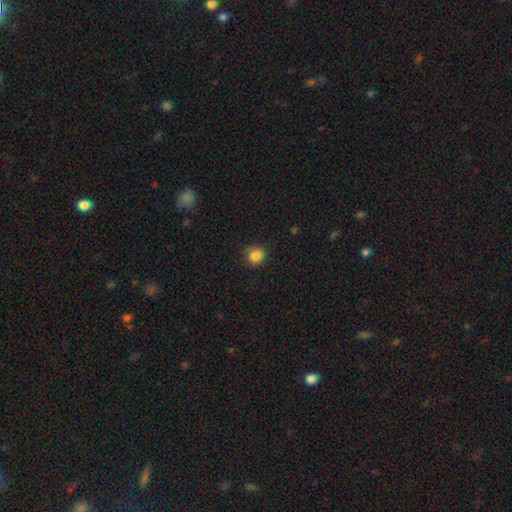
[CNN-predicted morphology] Smooth or featured?
  - smooth: 84% *
  - star or artifact: 11%
  - featured or disk: 5%
How rounded?
  - round: 87% *
  - in between: 12%
  - cigar-shaped: 1%
Merging?
  - none: 81% *
  - minor disturbance: 15%
  - major disturbance: 3%
  - merger: 1%